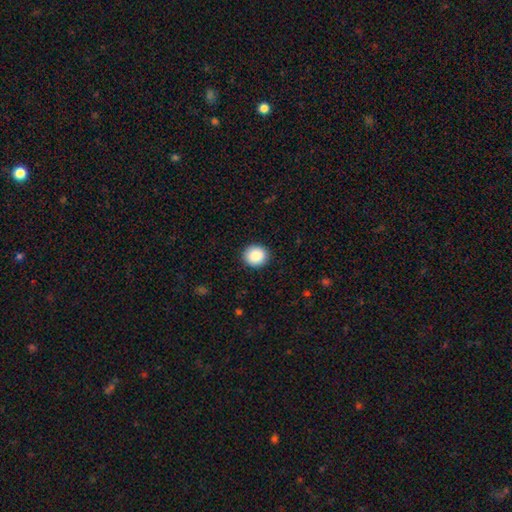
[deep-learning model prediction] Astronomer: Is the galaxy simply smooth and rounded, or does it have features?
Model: smooth — 88%.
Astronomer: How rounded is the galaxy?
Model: round — 87%.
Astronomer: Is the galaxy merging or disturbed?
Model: none — 91%.